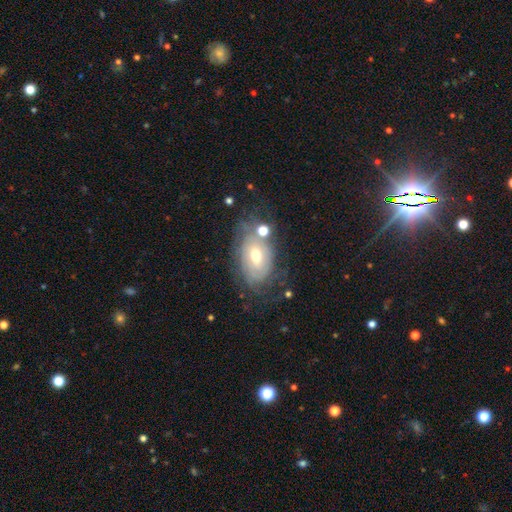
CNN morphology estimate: Overall: featured or disk (70%). Edge-on disk: no (94%). Bar: no (54%; weak 37%). Spiral arms: yes (78%). Spiral arm count: can't tell (59%). Spiral winding: tight (70%). Bulge size: moderate (63%; small 31%). Merging: none (57%; minor disturbance 22%).